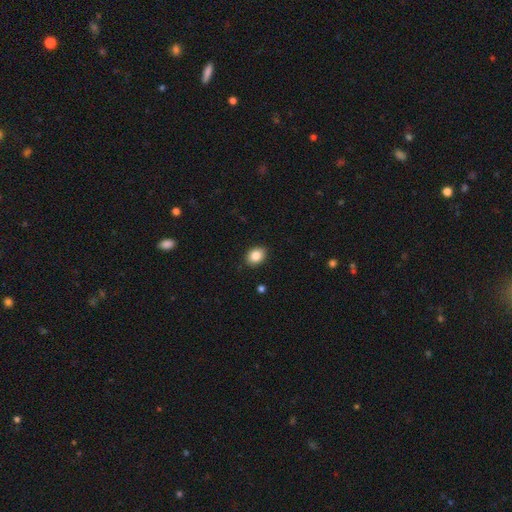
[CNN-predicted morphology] Smooth or featured? Predicted: smooth (p=0.86). How rounded? Predicted: in between (p=0.63). Merging? Predicted: none (p=0.89).